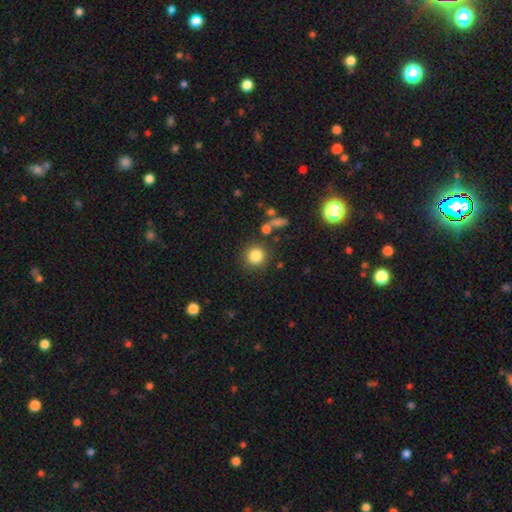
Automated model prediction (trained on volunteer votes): smooth-or-featured: smooth: 83% | star or artifact: 11% | featured or disk: 6%
  how-rounded: round: 90% | in between: 9% | cigar-shaped: 1%
  merging: none: 83% | minor disturbance: 9% | merger: 5% | major disturbance: 4%